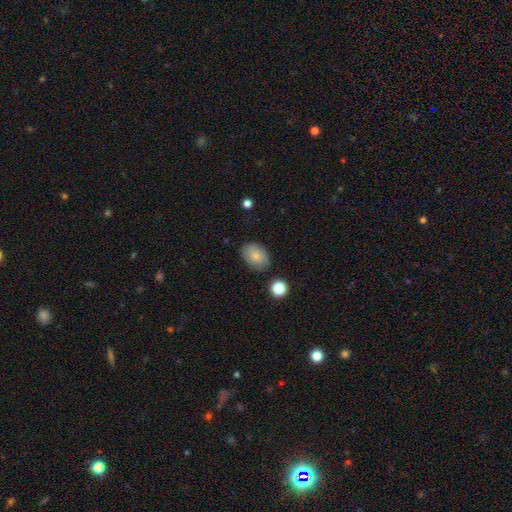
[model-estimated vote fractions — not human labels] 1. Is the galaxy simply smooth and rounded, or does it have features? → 78% smooth, 14% featured or disk, 8% star or artifact.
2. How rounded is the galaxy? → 77% in between, 22% round, 1% cigar-shaped.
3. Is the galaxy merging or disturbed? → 78% none, 16% minor disturbance, 4% major disturbance, 2% merger.